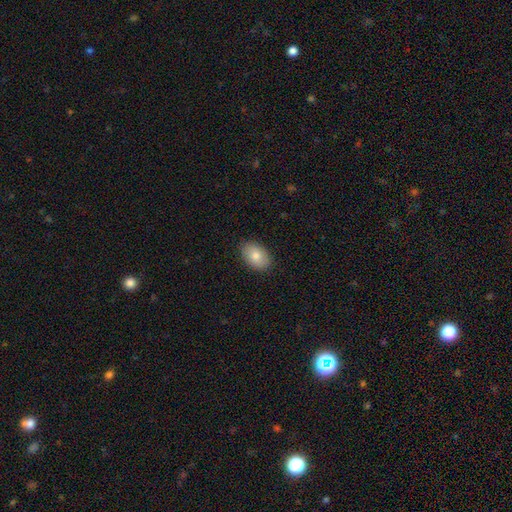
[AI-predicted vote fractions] The model was most divided on "smooth or featured": smooth: 80%, featured or disk: 12%, star or artifact: 7%. More confident: merging — none (88%); how rounded — in between (87%).